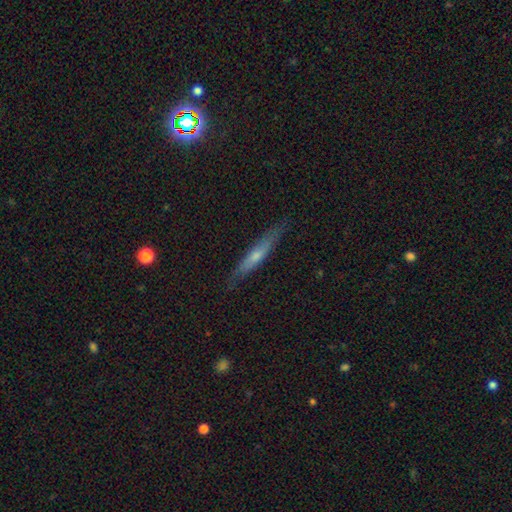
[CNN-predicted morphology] smooth_or_featured: featured or disk (p=0.50) [alt: smooth p=0.43]
disk_edge_on: yes (p=0.91) [alt: no p=0.09]
merging: none (p=0.85) [alt: minor disturbance p=0.11]